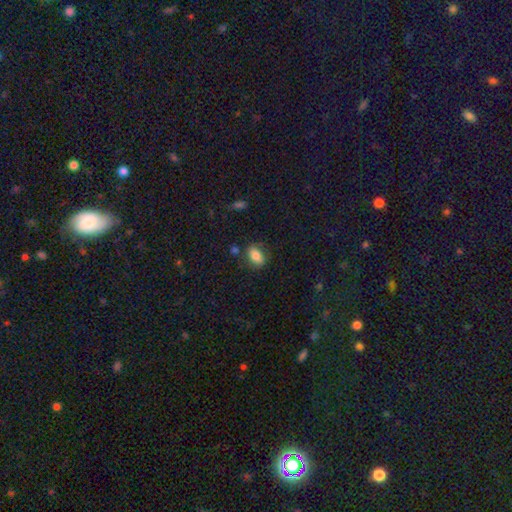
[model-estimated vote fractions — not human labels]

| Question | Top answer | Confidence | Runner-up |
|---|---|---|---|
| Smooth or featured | smooth | 80% | featured or disk (11%) |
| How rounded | in between | 85% | round (13%) |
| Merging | none | 75% | minor disturbance (16%) |